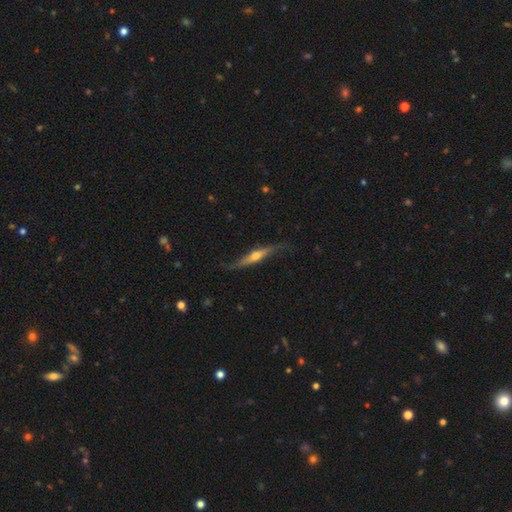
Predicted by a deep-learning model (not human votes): A featured or disk galaxy (70%) viewed edge-on (90%) with a rounded central bulge (81%).

Vote fractions:
- Smooth or featured? featured or disk: 70% / smooth: 25% / star or artifact: 5%
- Edge-on disk? yes: 90% / no: 10%
- Edge-on bulge? rounded: 81% / boxy: 10% / none: 9%
- Merging? none: 67% / minor disturbance: 24% / major disturbance: 8% / merger: 2%